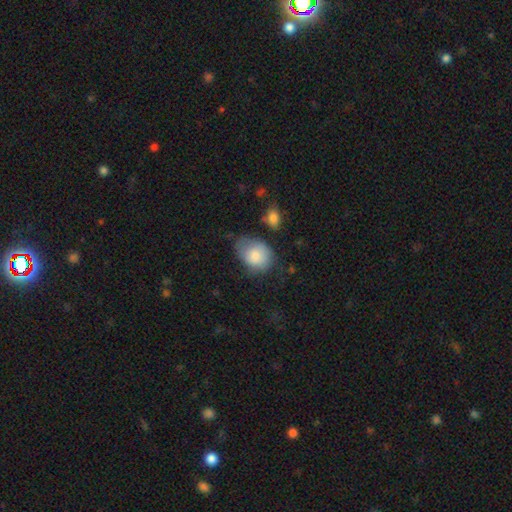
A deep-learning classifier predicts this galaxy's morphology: Smooth or featured? Predicted: smooth (p=0.79). How rounded? Predicted: in between (p=0.58). Merging? Predicted: none (p=0.45).